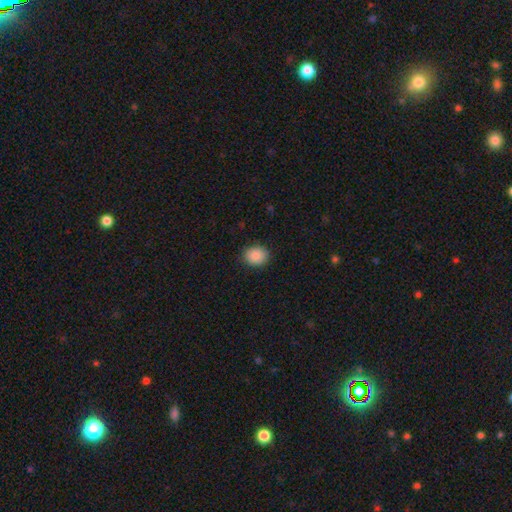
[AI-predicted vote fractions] Smooth or featured: smooth — 88% (star or artifact — 8%)
How rounded: round — 63% (in between — 36%)
Merging: none — 88% (minor disturbance — 9%)